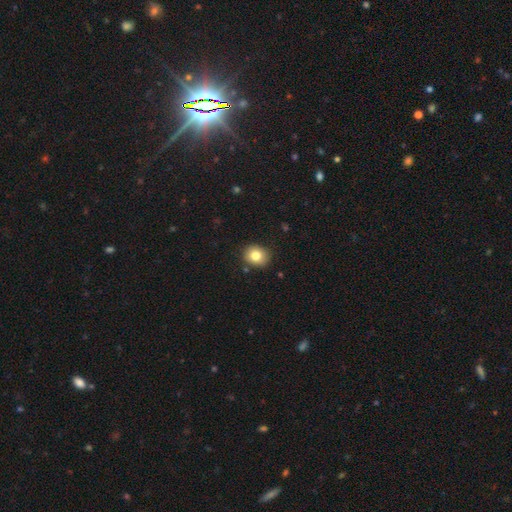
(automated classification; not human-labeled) A smooth galaxy with no disk features (81%) that is round (65%).

Vote fractions:
- Smooth or featured? smooth: 81% / star or artifact: 10% / featured or disk: 10%
- How rounded? round: 65% / in between: 34% / cigar-shaped: 1%
- Merging? none: 86% / minor disturbance: 10% / major disturbance: 2% / merger: 2%